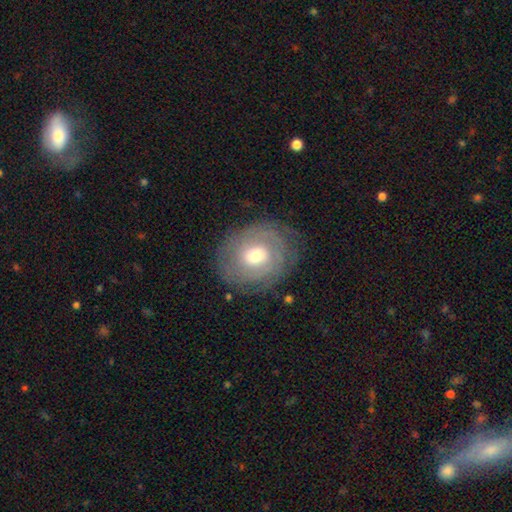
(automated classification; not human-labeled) smooth-or-featured: featured or disk: 70% | smooth: 23% | star or artifact: 7%
  disk-edge-on: no: 97% | yes: 3%
    bar: no: 60% | weak: 33% | strong: 7%
    has-spiral-arms: yes: 85% | no: 15%
      spiral-winding: tight: 71% | medium: 22% | loose: 7%
      spiral-arm-count: can't tell: 47% | 2: 24% | 3: 12% | 4: 7% | 1: 6% | more than 4: 5%
    bulge-size: moderate: 64% | small: 24% | large: 10% | dominant: 1% | none: 1%
  merging: none: 78% | minor disturbance: 15% | major disturbance: 6% | merger: 1%